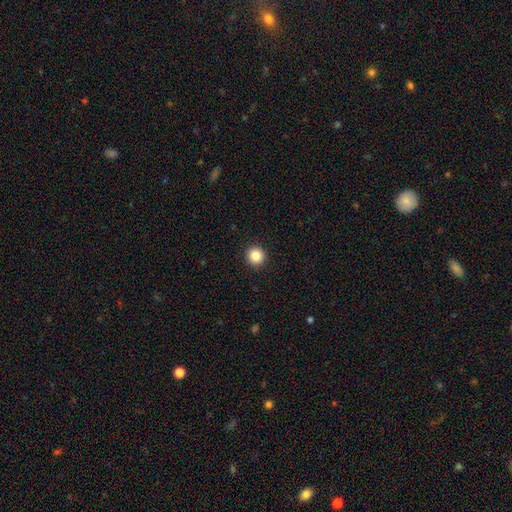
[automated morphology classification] Smooth or featured? Predicted: smooth (p=0.85). How rounded? Predicted: round (p=0.95). Merging? Predicted: none (p=0.93).